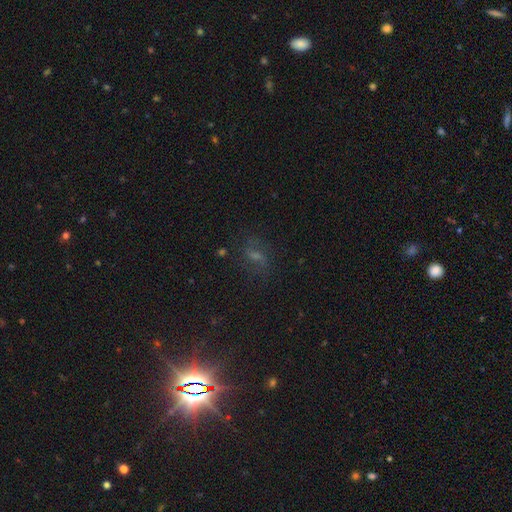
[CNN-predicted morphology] type=featured or disk (42%); merging=none (71%).